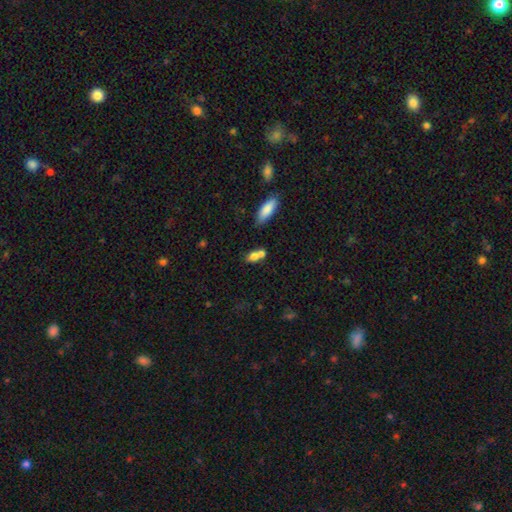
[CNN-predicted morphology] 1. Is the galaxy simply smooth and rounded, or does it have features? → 74% smooth, 16% featured or disk, 10% star or artifact.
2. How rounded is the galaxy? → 69% in between, 22% round, 9% cigar-shaped.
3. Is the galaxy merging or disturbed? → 56% merger, 31% none, 9% minor disturbance, 4% major disturbance.